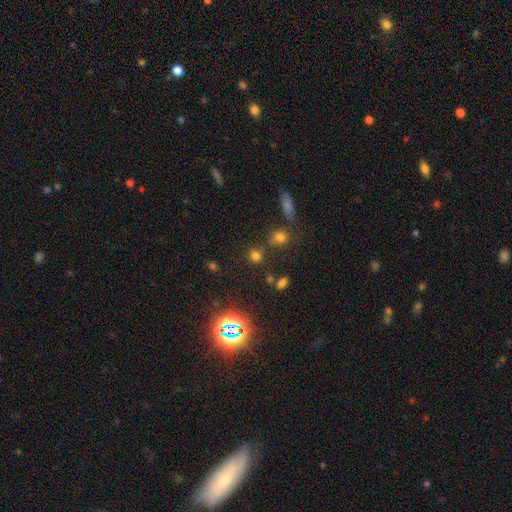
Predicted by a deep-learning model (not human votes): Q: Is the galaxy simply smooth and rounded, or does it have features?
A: smooth — 68%.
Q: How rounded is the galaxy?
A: round — 85%.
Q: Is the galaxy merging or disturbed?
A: none — 74%.